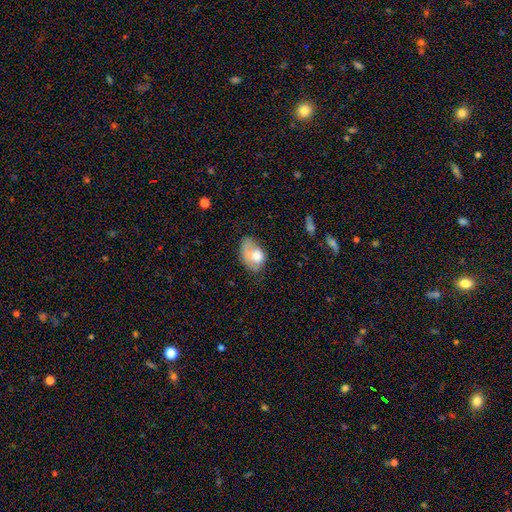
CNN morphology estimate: Overall: smooth (65%; featured or disk 27%). How rounded: in between (83%). Merging: minor disturbance (33%; none 31%).